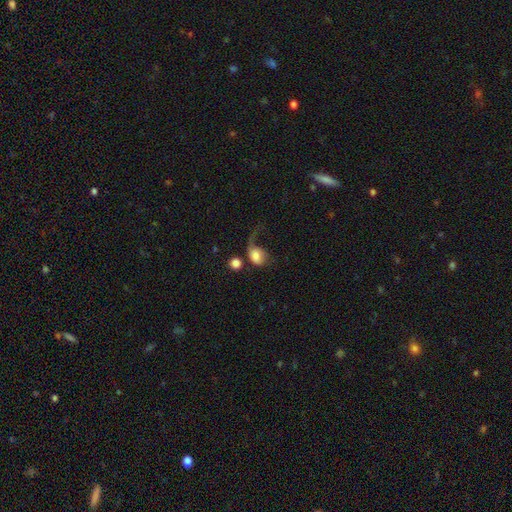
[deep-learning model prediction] Smooth or featured? smooth (67%)
How rounded? in between (50%)
Merging? major disturbance (47%)